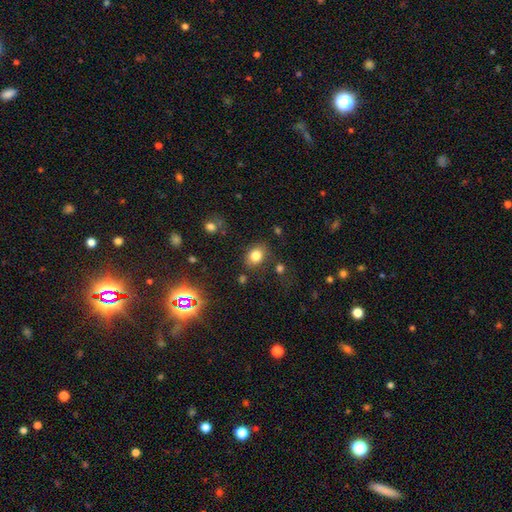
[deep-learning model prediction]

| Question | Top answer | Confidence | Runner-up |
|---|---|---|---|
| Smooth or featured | smooth | 81% | star or artifact (11%) |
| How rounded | in between | 60% | round (39%) |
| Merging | none | 78% | minor disturbance (13%) |